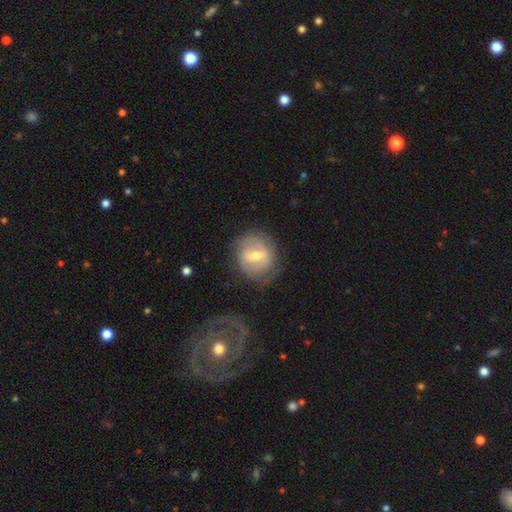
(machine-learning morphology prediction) Smooth or featured? Predicted: featured or disk (p=0.61). Edge-on disk? Predicted: no (p=0.94). Bar? Predicted: weak (p=0.48). Spiral arms? Predicted: yes (p=0.56). Bulge size? Predicted: moderate (p=0.63). Merging? Predicted: none (p=0.69).